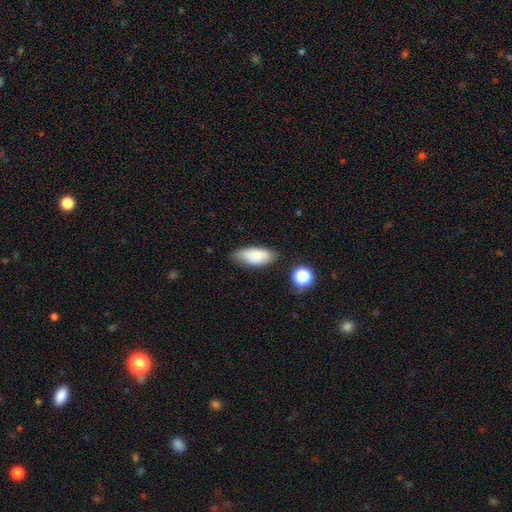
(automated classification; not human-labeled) Q: Smooth or featured?
A: smooth (81%); runner-up: featured or disk (10%)
Q: How rounded?
A: in between (84%); runner-up: cigar-shaped (13%)
Q: Merging?
A: none (72%); runner-up: minor disturbance (21%)